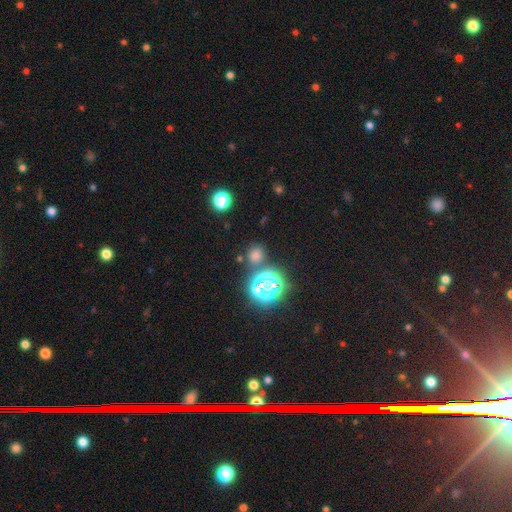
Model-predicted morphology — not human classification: This is likely a smooth galaxy (60%). How rounded: clearly round (82%). Merging: likely none (75%).